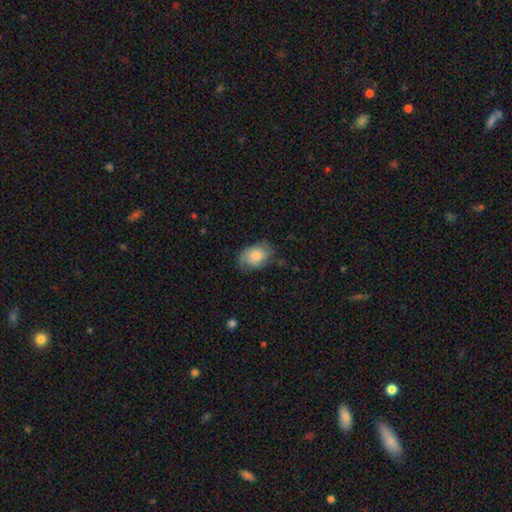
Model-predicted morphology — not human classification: smooth 67%, featured or disk 26%, star or artifact 7%. Down the decision tree: how rounded — in between (80%); merging — none (58%).